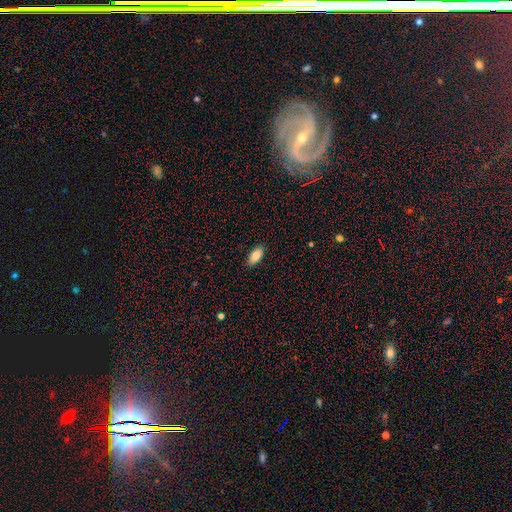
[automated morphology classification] type=smooth (82%); roundness=in between (90%); merging=none (89%).